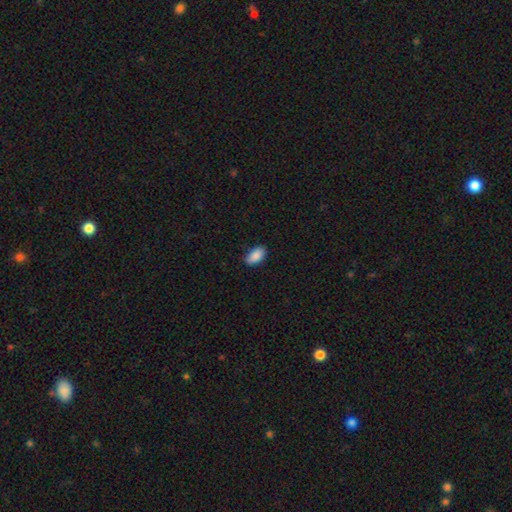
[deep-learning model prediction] The model was most divided on "merging": none: 82%, minor disturbance: 14%, major disturbance: 2%, merger: 1%. More confident: how rounded — in between (94%); smooth or featured — smooth (89%).